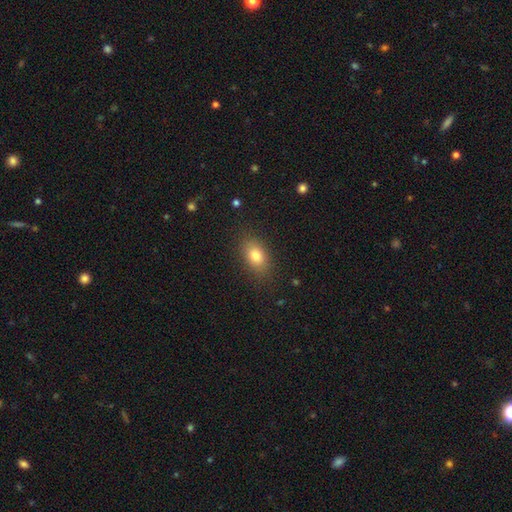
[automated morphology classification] Overall: smooth (80%). How rounded: in between (83%). Merging: none (85%).